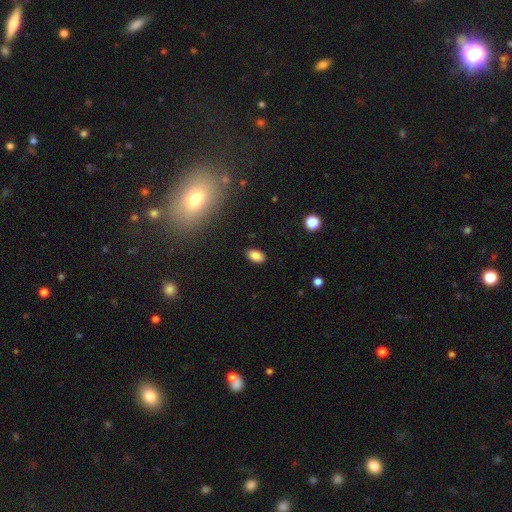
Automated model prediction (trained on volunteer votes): A smooth galaxy with no disk features (85%) that is in between round and cigar-shaped (91%). Merging: none (87%).